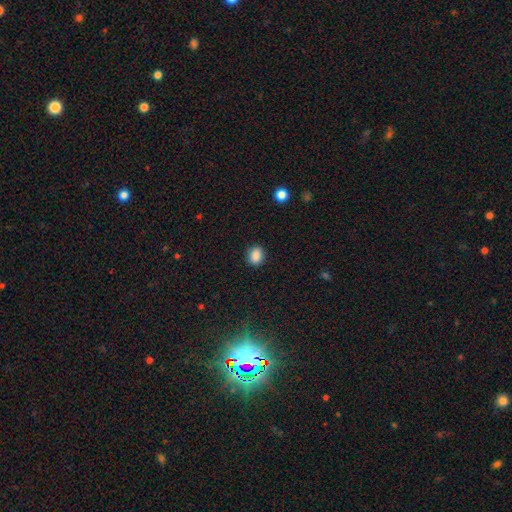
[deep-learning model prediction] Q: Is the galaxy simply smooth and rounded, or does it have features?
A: smooth — 87%.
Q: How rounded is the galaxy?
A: in between — 54%.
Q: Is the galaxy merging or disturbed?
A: none — 88%.